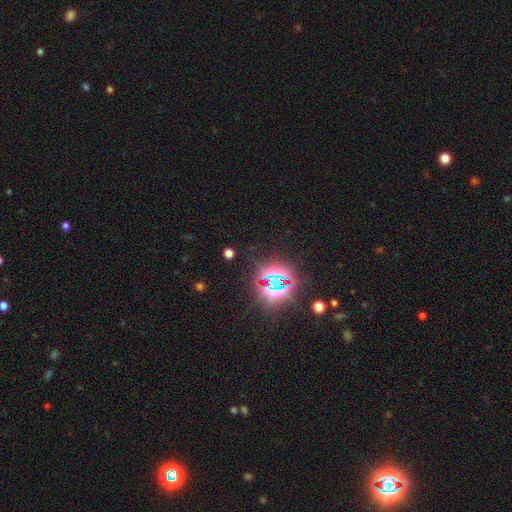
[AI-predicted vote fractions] A star or artifact, not a galaxy (84%).

Vote fractions:
- Smooth or featured? star or artifact: 84% / smooth: 9% / featured or disk: 7%